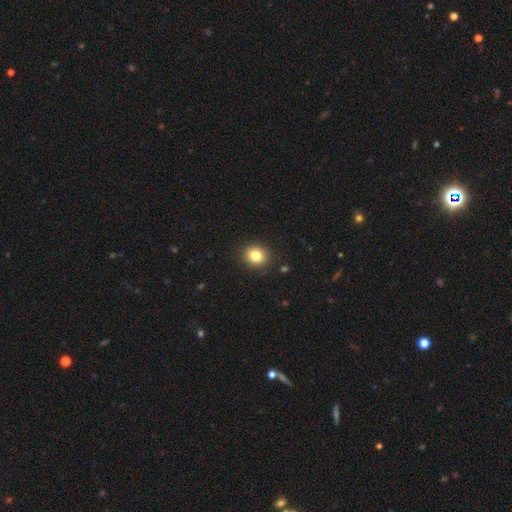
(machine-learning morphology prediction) smooth 82%, star or artifact 11%, featured or disk 7%. Down the decision tree: how rounded — round (68%); merging — none (89%).